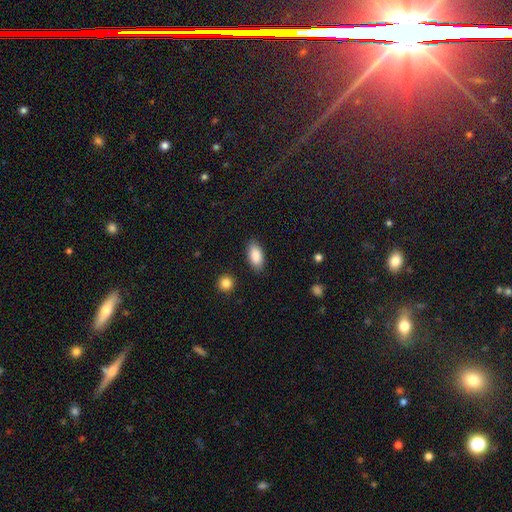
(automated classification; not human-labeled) smooth_or_featured: smooth (p=0.88) [alt: star or artifact p=0.06]
how_rounded: in between (p=0.91) [alt: cigar-shaped p=0.06]
merging: none (p=0.86) [alt: minor disturbance p=0.10]